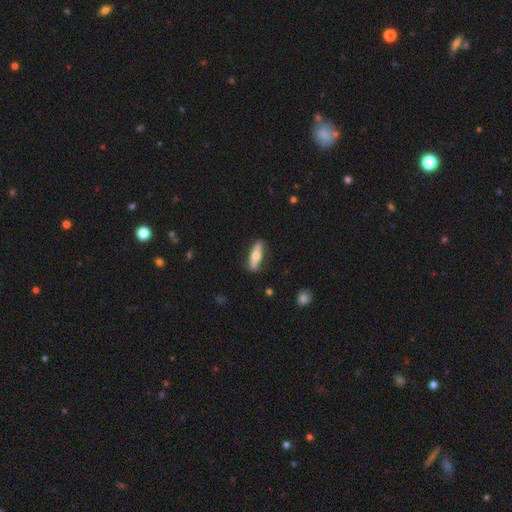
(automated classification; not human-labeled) Morphology: type=smooth (57%); roundness=cigar-shaped (58%); merging=none (85%).